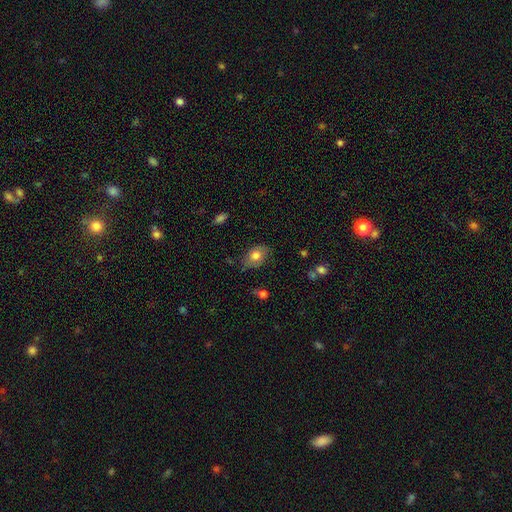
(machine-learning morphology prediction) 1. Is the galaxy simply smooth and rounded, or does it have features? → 72% smooth, 20% featured or disk, 8% star or artifact.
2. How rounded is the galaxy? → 82% in between, 17% round, 1% cigar-shaped.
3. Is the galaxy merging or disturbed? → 77% none, 18% minor disturbance, 4% major disturbance, 2% merger.